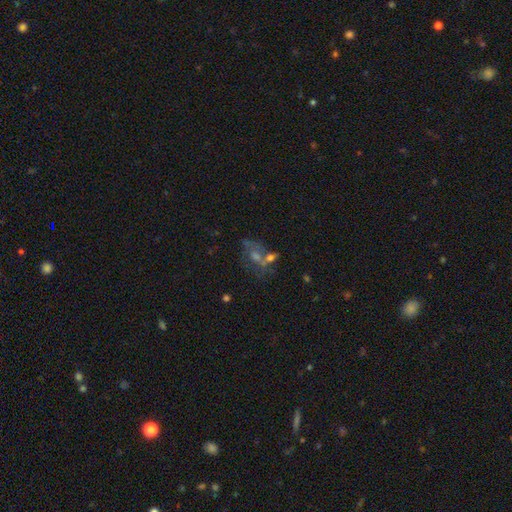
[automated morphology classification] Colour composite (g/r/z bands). It shows a featured or disk galaxy (51%). Merging: none (39%).